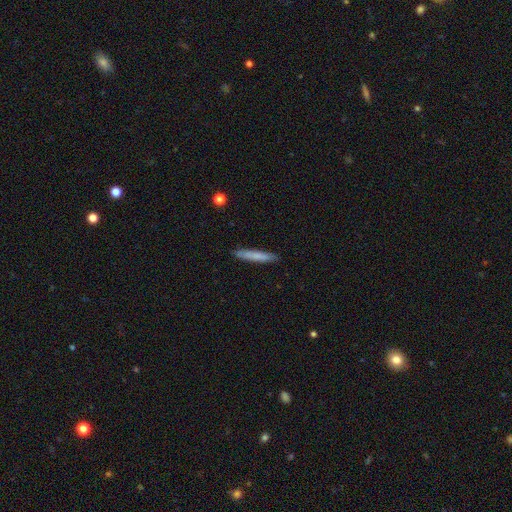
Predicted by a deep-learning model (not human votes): smooth-or-featured: smooth: 76% | featured or disk: 18% | star or artifact: 6%
  how-rounded: cigar-shaped: 95% | in between: 4% | round: 1%
  merging: none: 89% | minor disturbance: 8% | major disturbance: 2% | merger: 1%